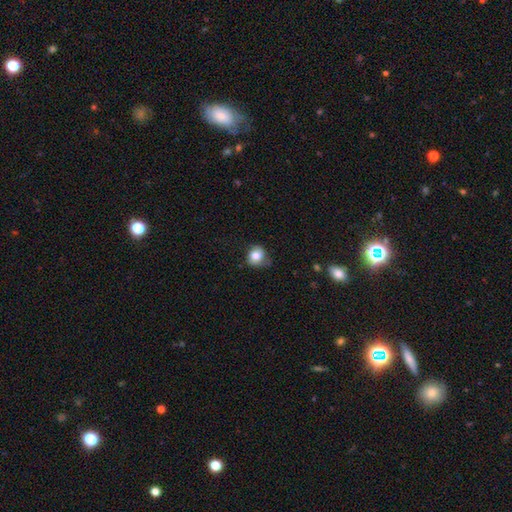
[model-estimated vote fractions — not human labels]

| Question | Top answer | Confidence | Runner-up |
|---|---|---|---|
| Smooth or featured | smooth | 79% | featured or disk (12%) |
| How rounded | round | 72% | in between (27%) |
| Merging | none | 53% | minor disturbance (34%) |